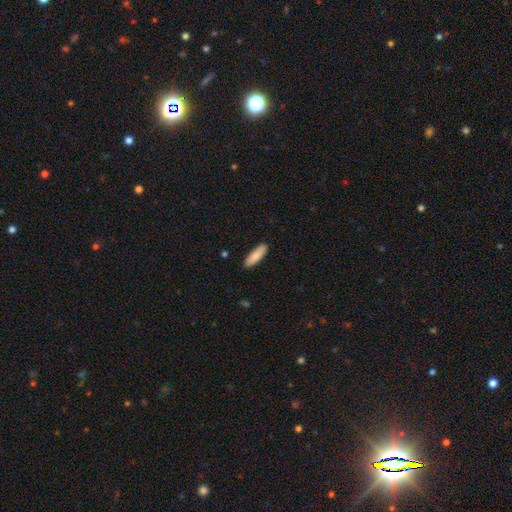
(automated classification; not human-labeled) A smooth galaxy with no disk features (85%) that is cigar-shaped (51%). Merging: none (90%).